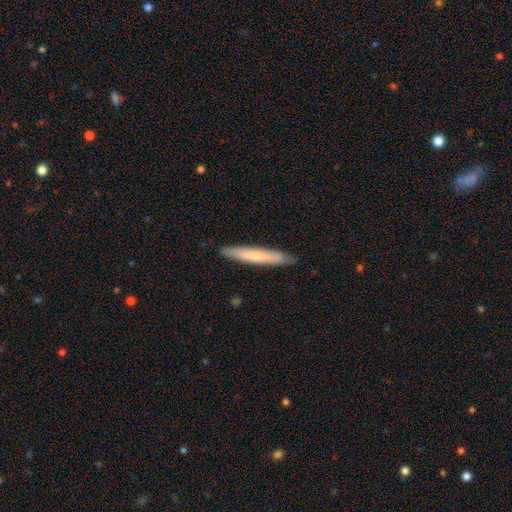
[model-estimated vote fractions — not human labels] Q: Smooth or featured?
A: smooth (63%); runner-up: featured or disk (32%)
Q: How rounded?
A: cigar-shaped (95%); runner-up: in between (4%)
Q: Merging?
A: none (89%); runner-up: minor disturbance (9%)